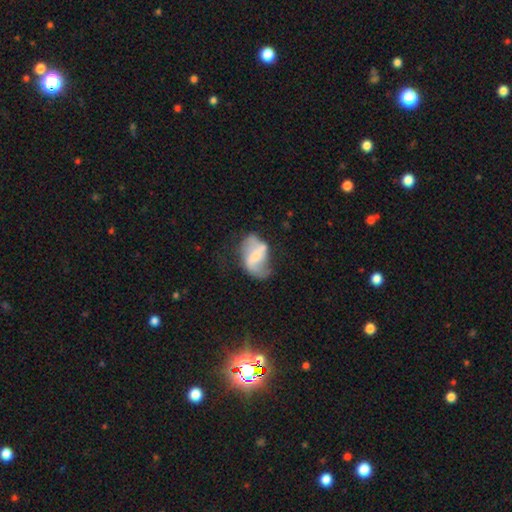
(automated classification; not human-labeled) A featured or disk galaxy (71%) with a weak bar (40%), 2 (86%) loose (68%) spiral arms (83%) and a small central bulge (48%). Merging: none (50%).